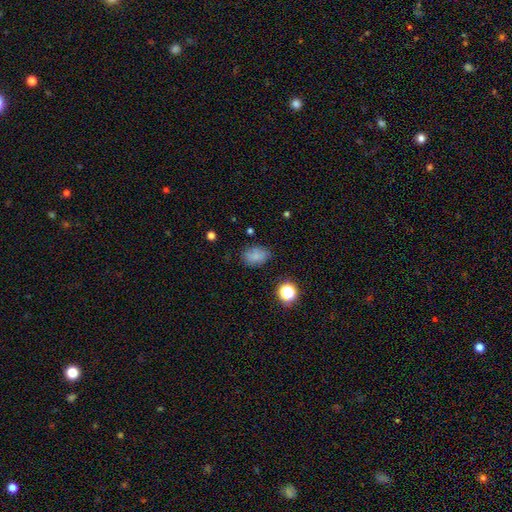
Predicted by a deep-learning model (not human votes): The model was most divided on "merging": none: 72%, minor disturbance: 19%, major disturbance: 6%, merger: 3%. More confident: smooth or featured — smooth (76%); how rounded — in between (76%).